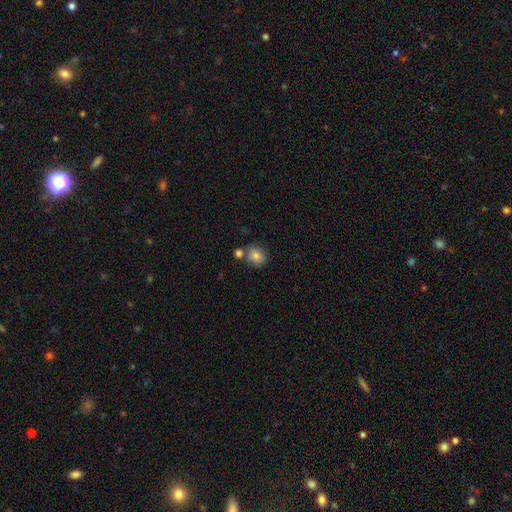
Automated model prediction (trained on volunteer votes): smooth_or_featured: smooth (p=0.82) [alt: star or artifact p=0.09]
how_rounded: round (p=0.70) [alt: in between p=0.29]
merging: none (p=0.66) [alt: merger p=0.20]